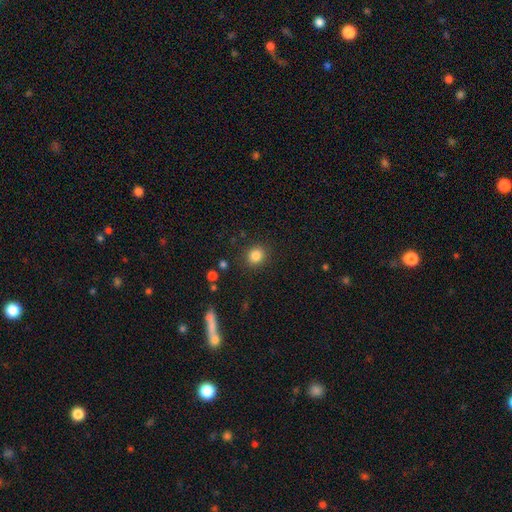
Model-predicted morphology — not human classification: Overall: smooth (84%). How rounded: round (77%). Merging: none (89%).